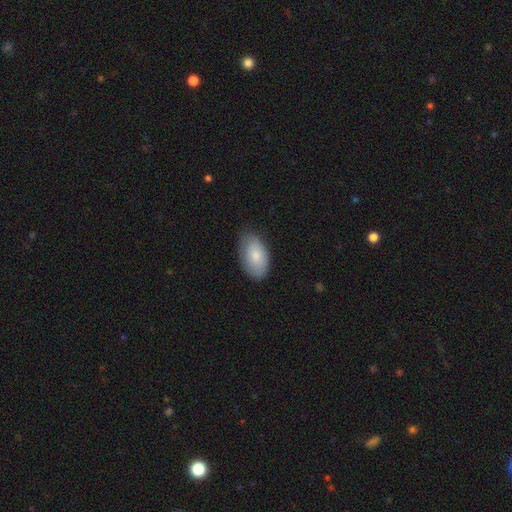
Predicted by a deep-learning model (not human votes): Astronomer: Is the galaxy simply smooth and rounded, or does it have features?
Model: smooth — 77%.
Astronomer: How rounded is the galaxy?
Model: in between — 94%.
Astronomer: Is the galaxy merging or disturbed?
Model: none — 73%.